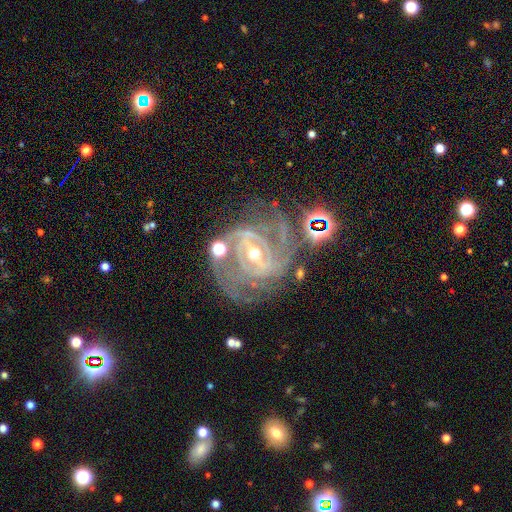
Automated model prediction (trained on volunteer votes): The model was most divided on "spiral arm count": 3: 26%, 2: 24%, 4: 18%, can't tell: 18%, more than 4: 8%, 1: 6%. Remaining: spiral arms — yes (98%); edge-on disk — no (97%); smooth or featured — featured or disk (90%); merging — none (63%); spiral winding — tight (62%); bulge size — small (54%); bar — strong (49%).